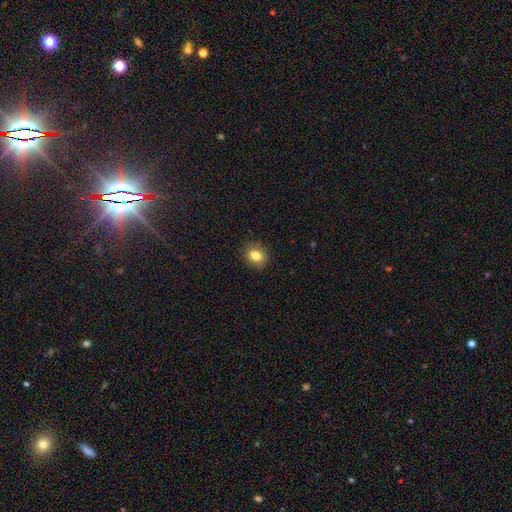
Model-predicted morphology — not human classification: smooth-or-featured: smooth: 81% | star or artifact: 10% | featured or disk: 9%
  how-rounded: round: 51% | in between: 48% | cigar-shaped: 1%
  merging: none: 87% | minor disturbance: 10% | major disturbance: 2% | merger: 1%